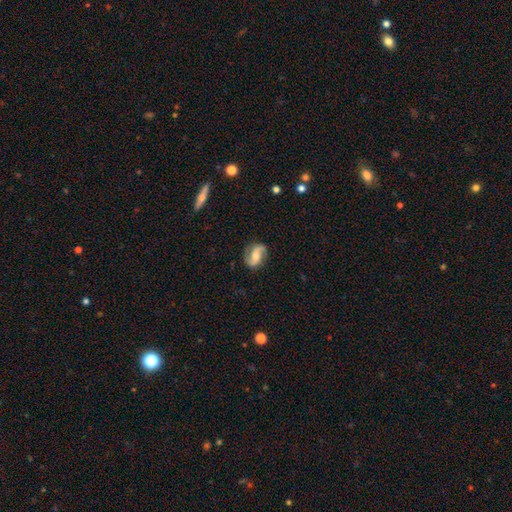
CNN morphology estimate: The model was most divided on "bar": no: 46%, weak: 36%, strong: 17%. More confident: edge-on disk — no (97%); spiral arms — yes (95%); spiral arm count — 2 (92%); merging — none (83%); smooth or featured — featured or disk (79%); bulge size — moderate (61%); spiral winding — loose (53%).